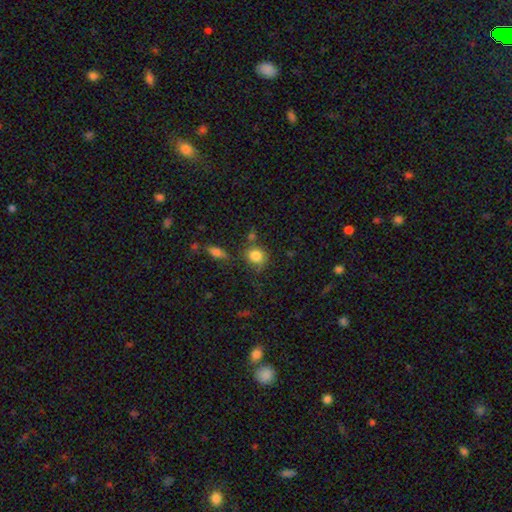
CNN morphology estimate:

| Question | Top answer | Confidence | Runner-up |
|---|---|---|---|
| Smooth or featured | smooth | 84% | star or artifact (10%) |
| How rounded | round | 76% | in between (23%) |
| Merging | none | 68% | minor disturbance (17%) |